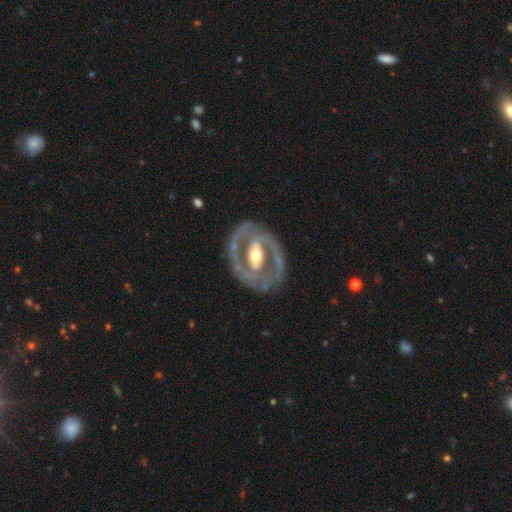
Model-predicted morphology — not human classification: This appears to be a featured or disk galaxy (84%) with a strong bar (44%), 2 (79%) tight (45%) spiral arms (68%) and a moderate central bulge (67%). Merging: none (75%).